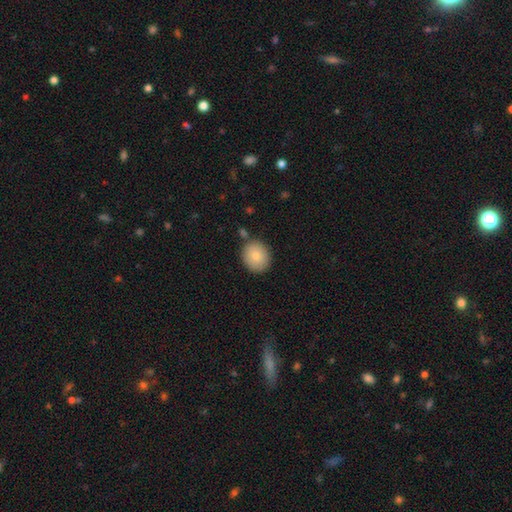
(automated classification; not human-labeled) Overall: smooth (82%). How rounded: round (77%). Merging: none (82%).